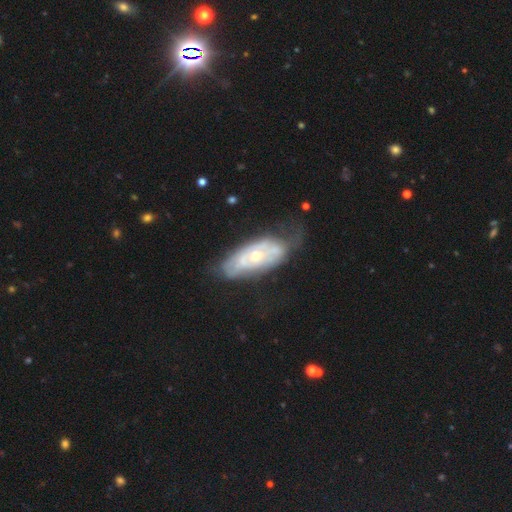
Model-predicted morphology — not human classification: Smooth or featured? Predicted: featured or disk (p=0.71). Edge-on disk? Predicted: no (p=0.88). Bar? Predicted: no (p=0.81). Spiral arms? Predicted: yes (p=0.58). Bulge size? Predicted: moderate (p=0.48). Merging? Predicted: none (p=0.48).